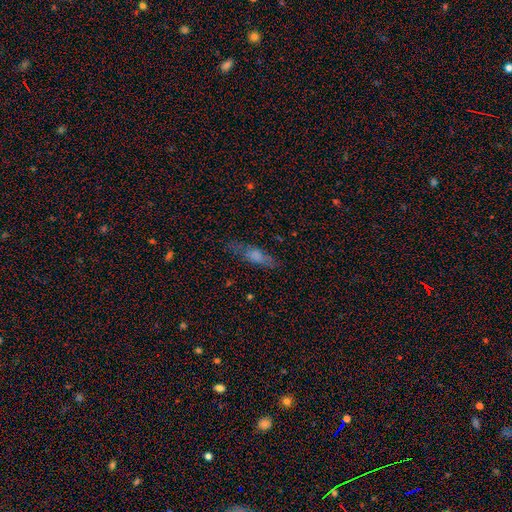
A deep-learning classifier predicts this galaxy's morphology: smooth 63%, featured or disk 25%, star or artifact 12%. Down the decision tree: how rounded — cigar-shaped (50%); merging — none (72%).